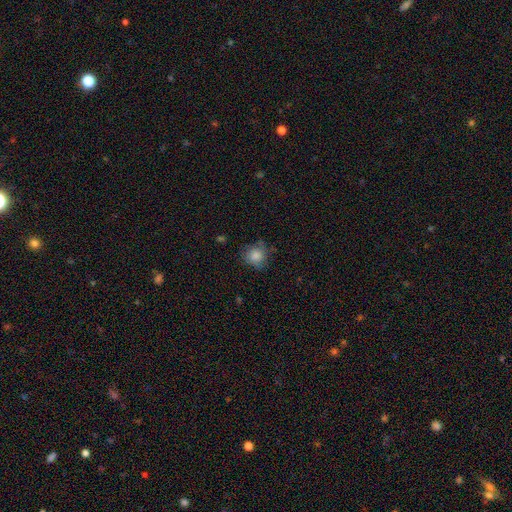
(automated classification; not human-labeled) Smooth or featured? smooth (79%)
How rounded? round (84%)
Merging? none (66%)